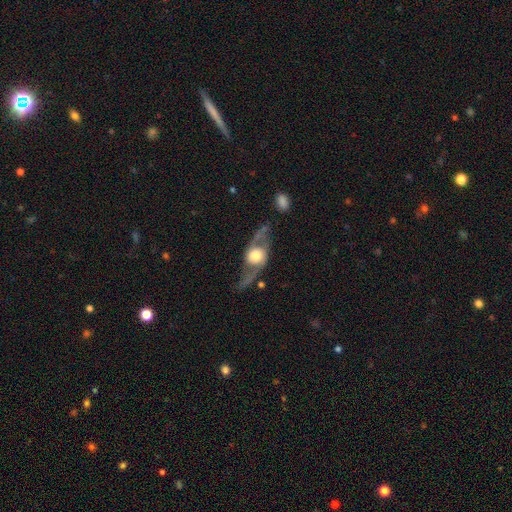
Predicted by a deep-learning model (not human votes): Smooth or featured? Predicted: featured or disk (p=0.79). Edge-on disk? Predicted: no (p=0.71). Bar? Predicted: no (p=0.73). Spiral arms? Predicted: yes (p=0.79). Bulge size? Predicted: moderate (p=0.41, tied with large). Merging? Predicted: none (p=0.60).